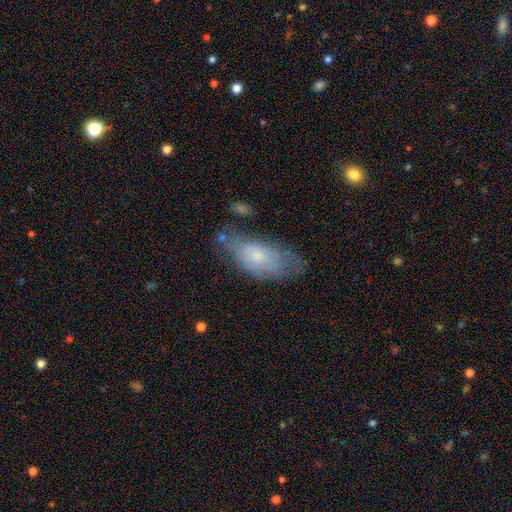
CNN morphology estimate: Q: Smooth or featured?
A: smooth (56%); runner-up: featured or disk (36%)
Q: How rounded?
A: in between (87%); runner-up: cigar-shaped (10%)
Q: Merging?
A: none (48%); runner-up: minor disturbance (32%)